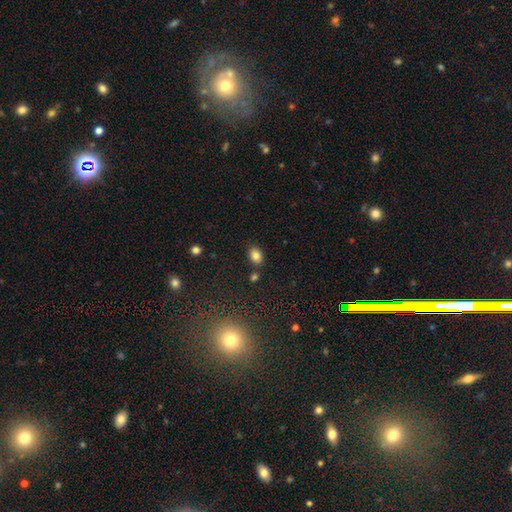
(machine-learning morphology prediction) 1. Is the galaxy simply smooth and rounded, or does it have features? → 82% smooth, 11% star or artifact, 7% featured or disk.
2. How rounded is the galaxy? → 73% in between, 26% round, 1% cigar-shaped.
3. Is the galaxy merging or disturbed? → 80% none, 11% minor disturbance, 7% merger, 3% major disturbance.